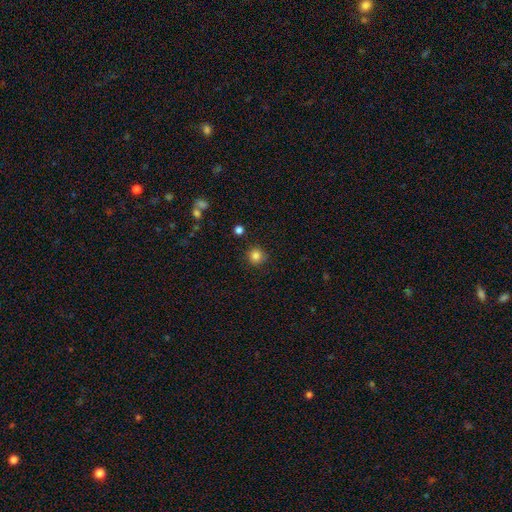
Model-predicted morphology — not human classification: A smooth galaxy with no disk features (84%) that is round (93%).

Vote fractions:
- Smooth or featured? smooth: 84% / star or artifact: 11% / featured or disk: 4%
- How rounded? round: 93% / in between: 6% / cigar-shaped: 1%
- Merging? none: 87% / minor disturbance: 8% / major disturbance: 2% / merger: 2%